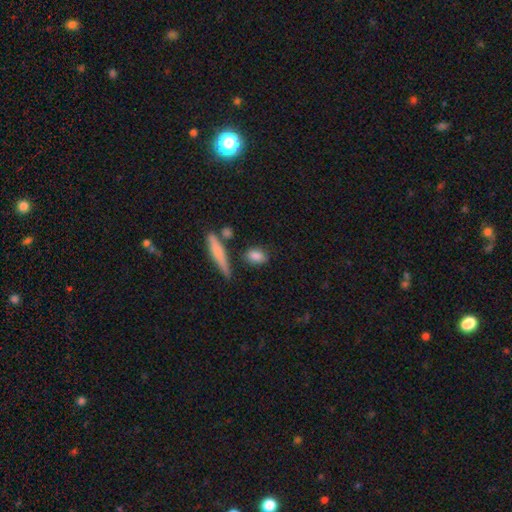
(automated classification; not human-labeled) Morphology: type=smooth (82%); roundness=in between (71%); merging=none (75%).